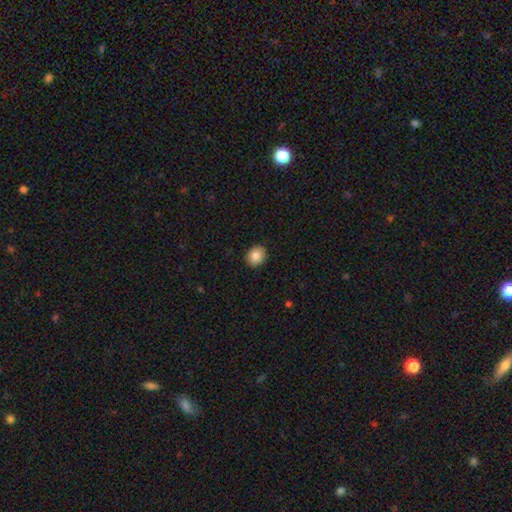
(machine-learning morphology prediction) Smooth or featured: smooth — 83% (star or artifact — 9%)
How rounded: round — 67% (in between — 32%)
Merging: none — 91% (minor disturbance — 7%)